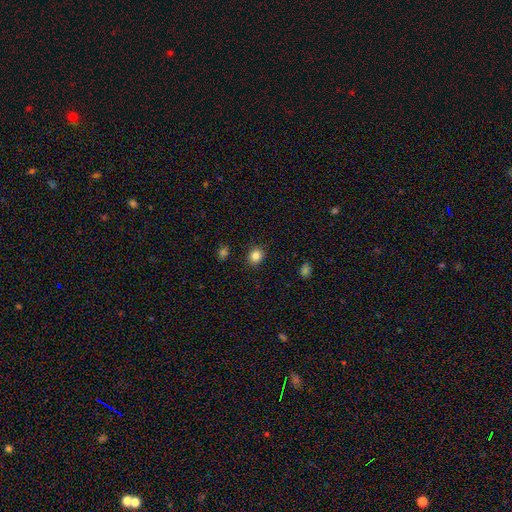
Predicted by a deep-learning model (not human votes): Q: Smooth or featured?
A: smooth (84%); runner-up: star or artifact (11%)
Q: How rounded?
A: round (68%); runner-up: in between (31%)
Q: Merging?
A: none (88%); runner-up: minor disturbance (8%)